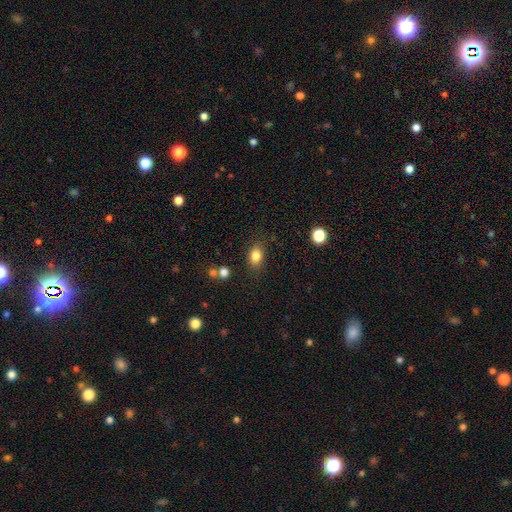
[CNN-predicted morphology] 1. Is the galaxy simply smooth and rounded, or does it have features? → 83% smooth, 10% star or artifact, 7% featured or disk.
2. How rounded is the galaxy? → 77% in between, 21% round, 2% cigar-shaped.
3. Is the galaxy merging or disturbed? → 81% none, 12% minor disturbance, 4% major disturbance, 3% merger.